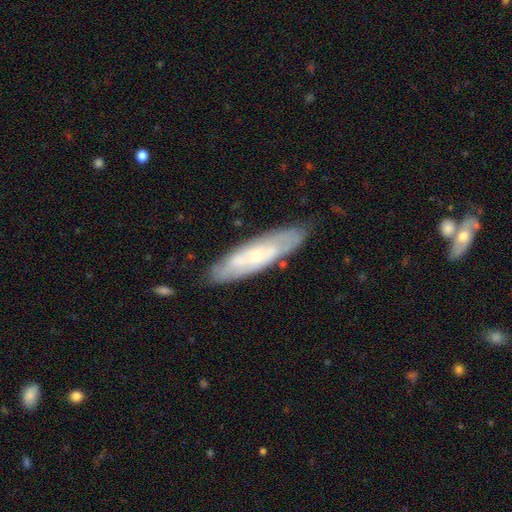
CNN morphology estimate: Smooth or featured?
  - featured or disk: 60% *
  - smooth: 34%
  - star or artifact: 6%
Edge-on disk?
  - no: 71% *
  - yes: 29%
Merging?
  - none: 79% *
  - minor disturbance: 15%
  - major disturbance: 3%
  - merger: 2%